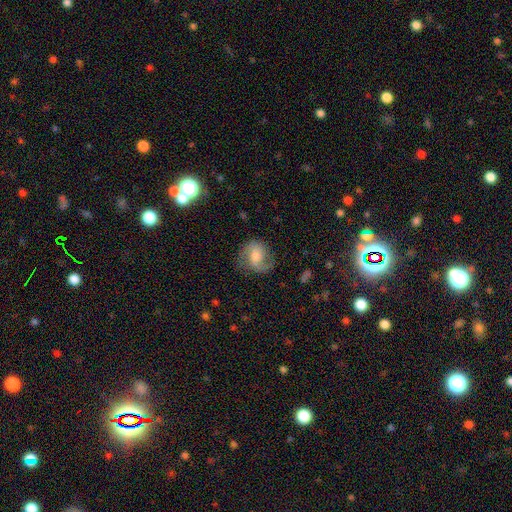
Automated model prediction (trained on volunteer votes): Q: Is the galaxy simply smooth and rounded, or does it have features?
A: featured or disk — 61%.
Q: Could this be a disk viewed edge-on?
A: no — 97%.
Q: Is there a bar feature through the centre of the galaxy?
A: no — 47%.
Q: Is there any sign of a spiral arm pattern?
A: yes — 91%.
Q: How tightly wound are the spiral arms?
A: medium — 46%.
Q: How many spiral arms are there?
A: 2 — 76%.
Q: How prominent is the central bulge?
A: moderate — 54%.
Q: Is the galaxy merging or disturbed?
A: none — 69%.